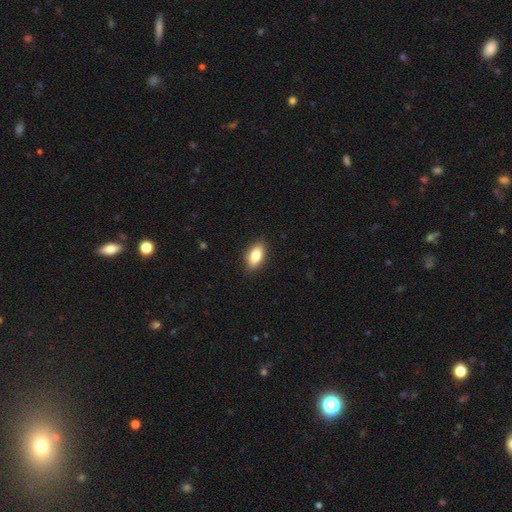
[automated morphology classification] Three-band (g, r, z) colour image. It shows a smooth galaxy with no disk features (84%) that is in between round and cigar-shaped (89%). Merging: none (88%).